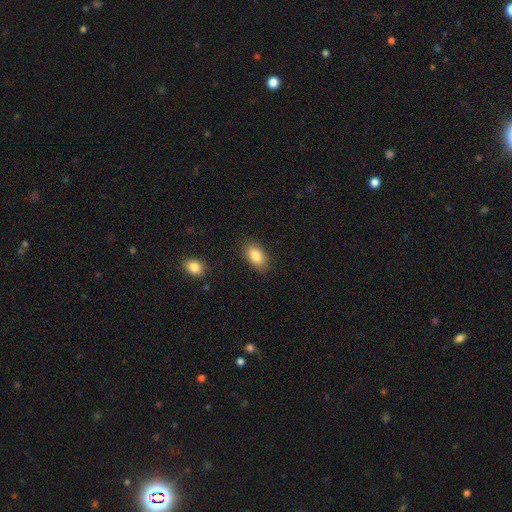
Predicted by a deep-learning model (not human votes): Smooth or featured?
  - smooth: 84% *
  - featured or disk: 8%
  - star or artifact: 7%
How rounded?
  - in between: 91% *
  - round: 6%
  - cigar-shaped: 3%
Merging?
  - none: 85% *
  - minor disturbance: 11%
  - major disturbance: 3%
  - merger: 1%